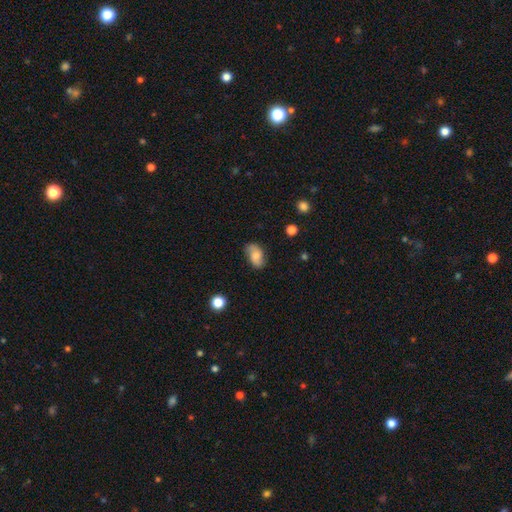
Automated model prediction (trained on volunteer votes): Morphology: type=smooth (67%); roundness=in between (90%); merging=none (70%).